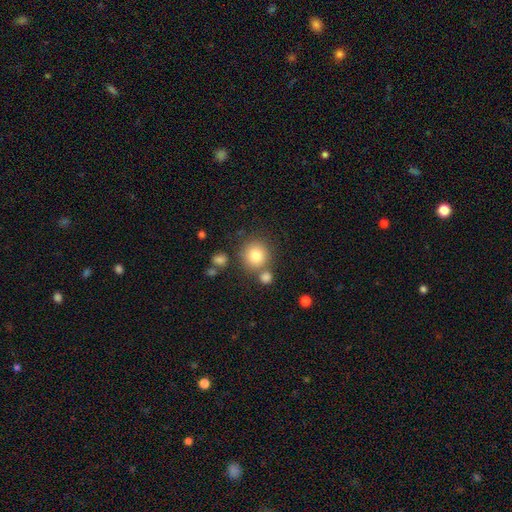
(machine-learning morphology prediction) This is clearly a smooth galaxy (81%). How rounded: clearly round (91%). Merging: likely none (70%).